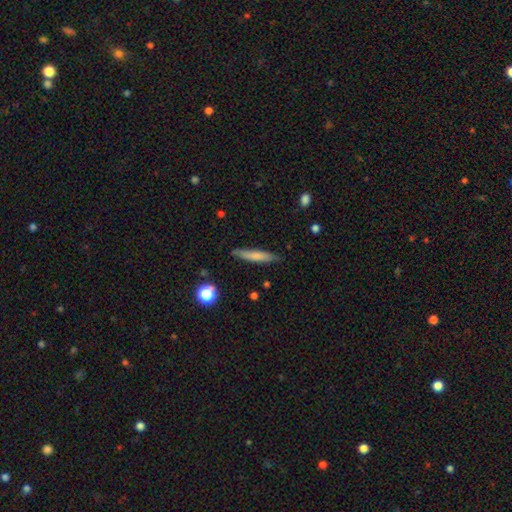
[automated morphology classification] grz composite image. It shows a smooth galaxy with no disk features (71%) that is cigar-shaped (90%). Merging: none (83%).